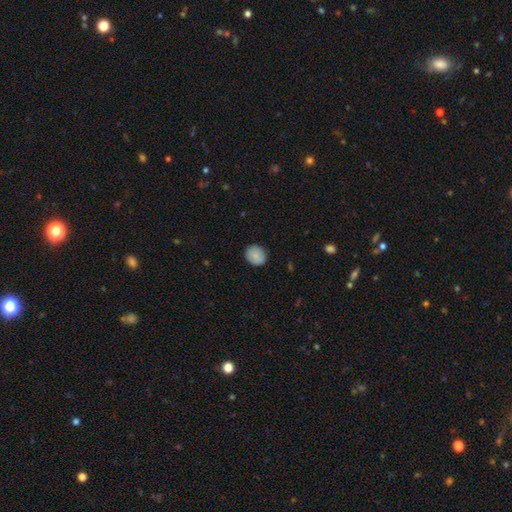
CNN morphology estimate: A smooth galaxy with no disk features (83%) that is round (79%).

Vote fractions:
- Smooth or featured? smooth: 83% / featured or disk: 10% / star or artifact: 7%
- How rounded? round: 79% / in between: 20% / cigar-shaped: 1%
- Merging? none: 88% / minor disturbance: 9% / major disturbance: 2% / merger: 1%